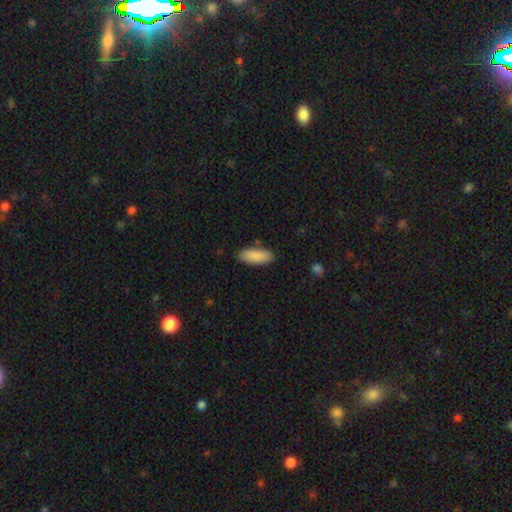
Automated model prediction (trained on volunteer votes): A smooth galaxy with no disk features (89%) that is in between round and cigar-shaped (75%). Merging: none (84%).